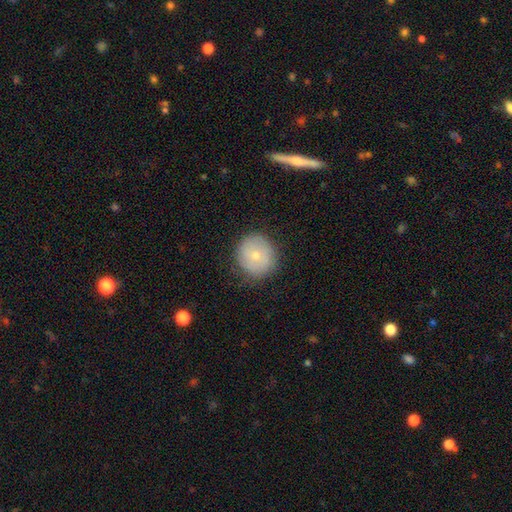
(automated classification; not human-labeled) A smooth galaxy with no disk features (64%) that is round (92%).

Vote fractions:
- Smooth or featured? smooth: 64% / featured or disk: 27% / star or artifact: 9%
- How rounded? round: 92% / in between: 7% / cigar-shaped: 1%
- Merging? none: 79% / minor disturbance: 15% / major disturbance: 4% / merger: 1%